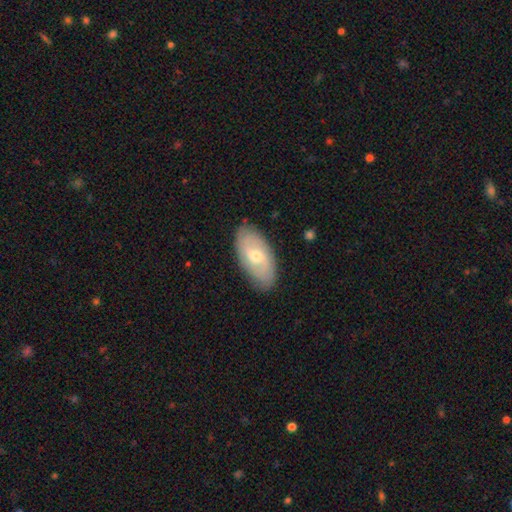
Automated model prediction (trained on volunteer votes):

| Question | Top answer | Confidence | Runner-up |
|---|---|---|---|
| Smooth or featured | featured or disk | 51% | smooth (43%) |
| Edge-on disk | no | 90% | yes (10%) |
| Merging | none | 84% | minor disturbance (12%) |